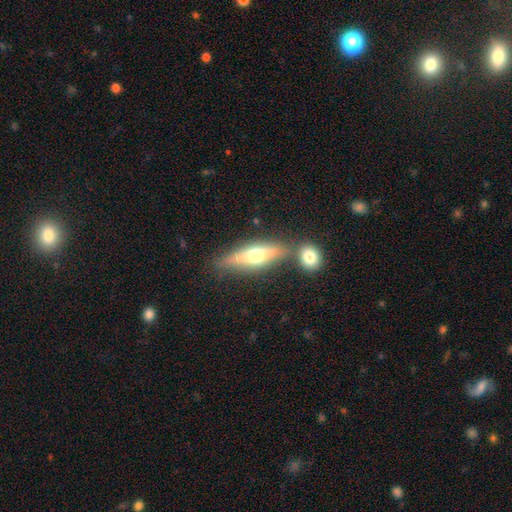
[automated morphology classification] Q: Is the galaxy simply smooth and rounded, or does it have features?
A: smooth — 52%.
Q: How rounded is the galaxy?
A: cigar-shaped — 53%.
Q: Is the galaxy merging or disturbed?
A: none — 63%.